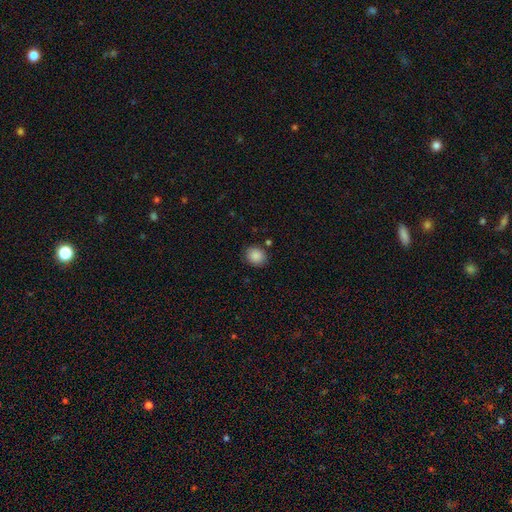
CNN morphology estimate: smooth-or-featured: smooth: 88% | star or artifact: 9% | featured or disk: 4%
  how-rounded: round: 69% | in between: 30% | cigar-shaped: 1%
  merging: none: 84% | minor disturbance: 10% | merger: 3% | major disturbance: 3%